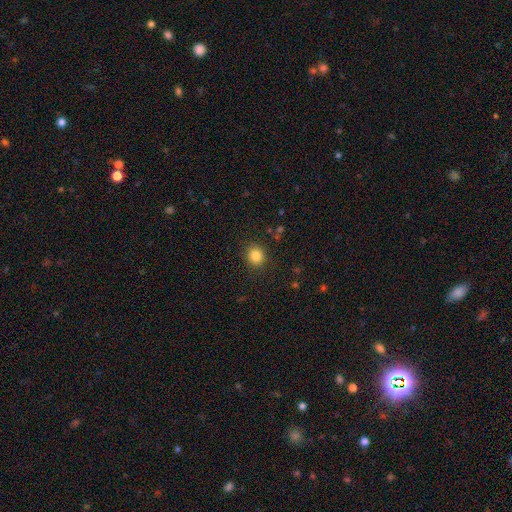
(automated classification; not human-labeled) Smooth or featured? smooth (84%)
How rounded? round (80%)
Merging? none (89%)